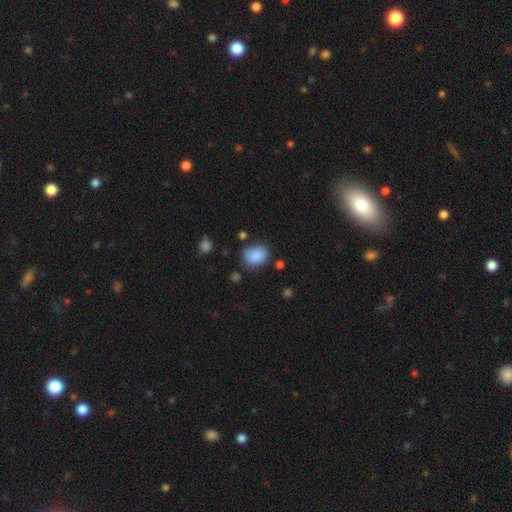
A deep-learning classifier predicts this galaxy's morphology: This is clearly a smooth galaxy (85%). How rounded: possibly in between (56%). Merging: likely none (62%).